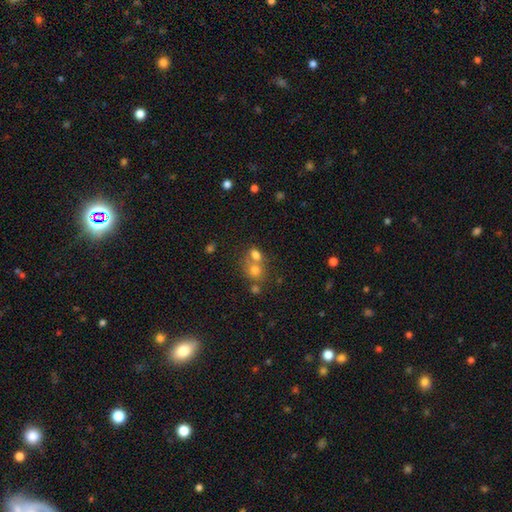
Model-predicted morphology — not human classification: The model was most divided on "how rounded": round: 51%, in between: 47%, cigar-shaped: 1%. More confident: smooth or featured — smooth (72%); merging — merger (50%).